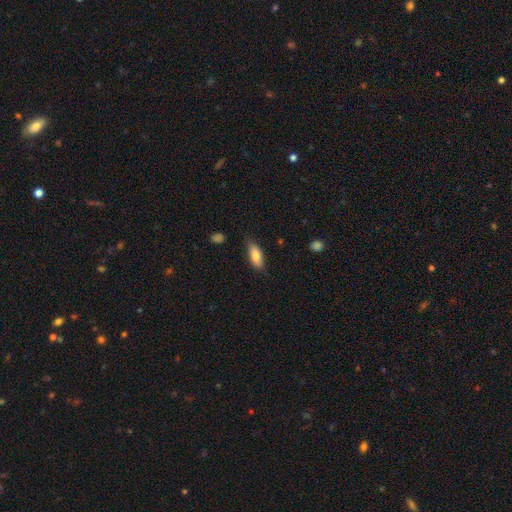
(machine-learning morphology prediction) A smooth galaxy with no disk features (83%) that is in between round and cigar-shaped (79%). Merging: none (78%).